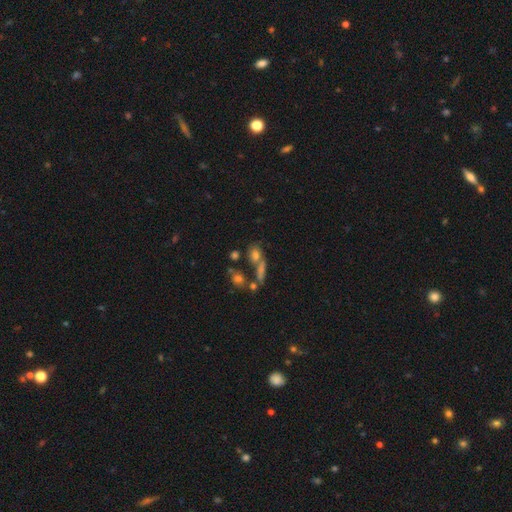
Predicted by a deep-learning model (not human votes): Smooth or featured?
  - smooth: 61% *
  - star or artifact: 21%
  - featured or disk: 18%
How rounded?
  - in between: 47% *
  - round: 40%
  - cigar-shaped: 13%
Merging?
  - none: 48% *
  - merger: 30%
  - minor disturbance: 13%
  - major disturbance: 9%